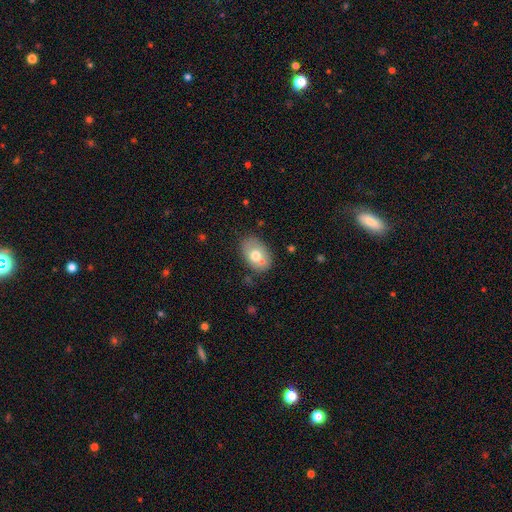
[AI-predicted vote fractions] Q: Smooth or featured?
A: smooth (69%); runner-up: featured or disk (24%)
Q: How rounded?
A: in between (81%); runner-up: round (18%)
Q: Merging?
A: none (60%); runner-up: merger (18%)